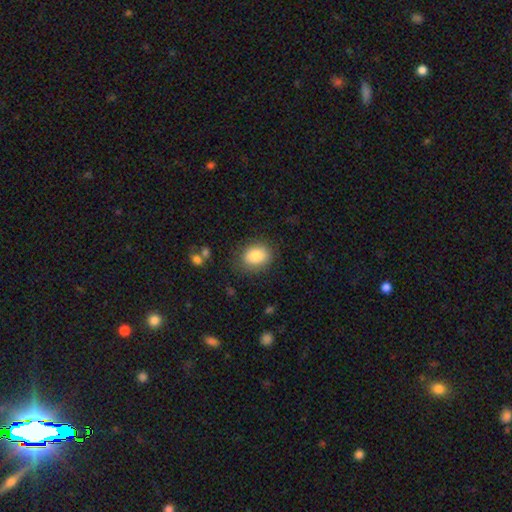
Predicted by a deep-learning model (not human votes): Smooth or featured? Predicted: smooth (p=0.84). How rounded? Predicted: in between (p=0.62). Merging? Predicted: none (p=0.81).